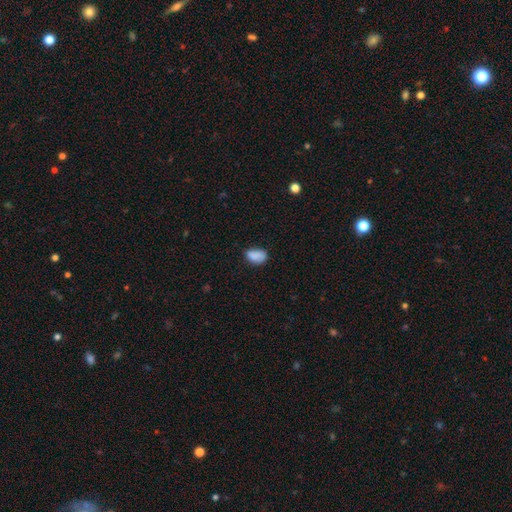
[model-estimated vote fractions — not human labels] The model was most divided on "merging": none: 63%, minor disturbance: 28%, major disturbance: 6%, merger: 3%. More confident: how rounded — in between (85%); smooth or featured — smooth (85%).